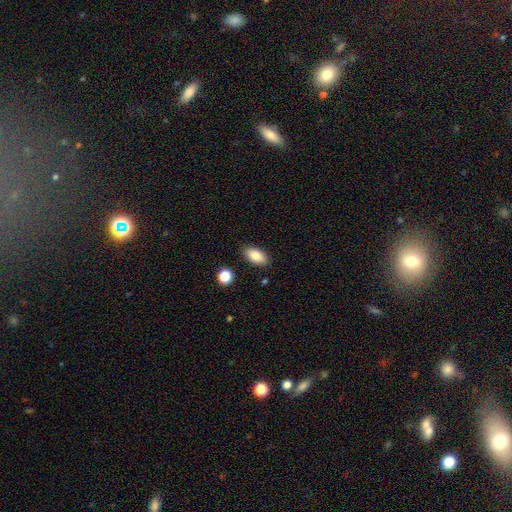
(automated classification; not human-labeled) Smooth or featured?
  - smooth: 84% *
  - featured or disk: 8%
  - star or artifact: 7%
How rounded?
  - in between: 92% *
  - cigar-shaped: 4%
  - round: 4%
Merging?
  - none: 86% *
  - minor disturbance: 9%
  - major disturbance: 2%
  - merger: 2%